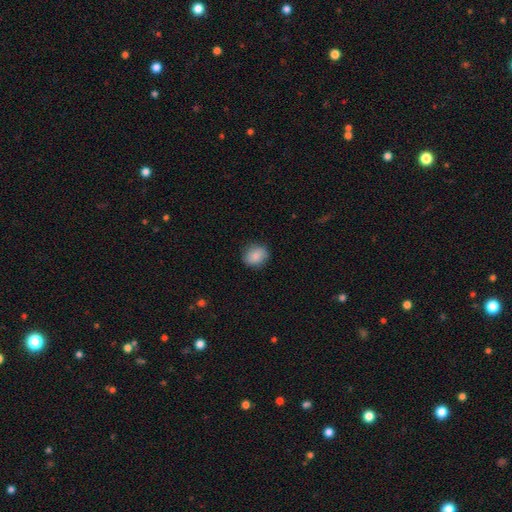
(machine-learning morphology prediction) Overall: smooth (87%). How rounded: round (61%; in between 38%). Merging: none (83%).